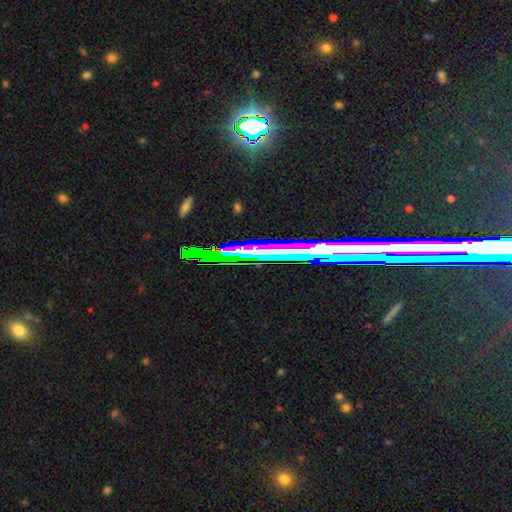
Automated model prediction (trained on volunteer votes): This appears to be a star or artifact, not a galaxy (63%).